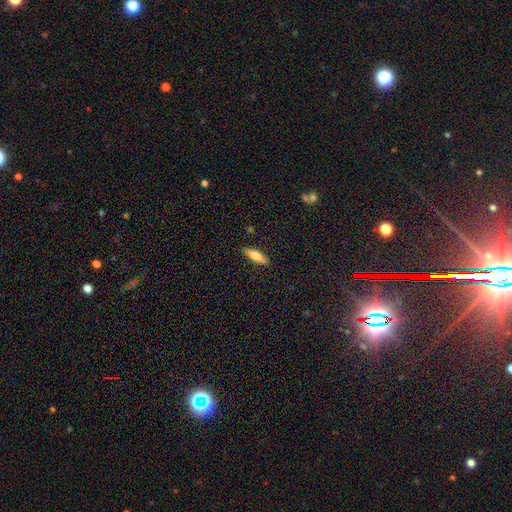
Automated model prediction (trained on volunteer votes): smooth-or-featured: smooth: 70% | featured or disk: 23% | star or artifact: 6%
  how-rounded: cigar-shaped: 57% | in between: 41% | round: 2%
  merging: none: 88% | minor disturbance: 9% | major disturbance: 2% | merger: 1%